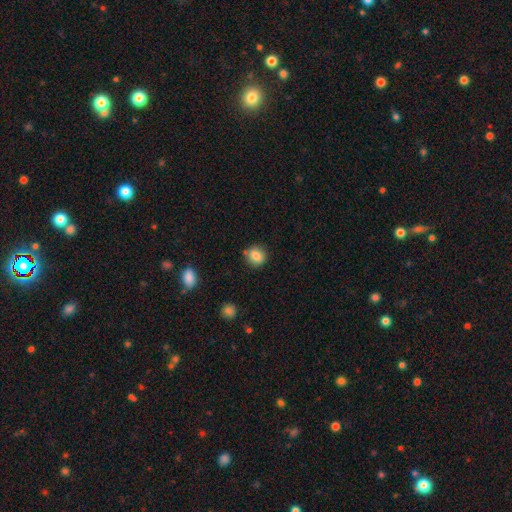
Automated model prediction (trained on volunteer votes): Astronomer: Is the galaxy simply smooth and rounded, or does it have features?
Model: smooth — 84%.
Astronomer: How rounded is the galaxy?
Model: round — 71%.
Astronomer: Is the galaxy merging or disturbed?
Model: none — 77%.